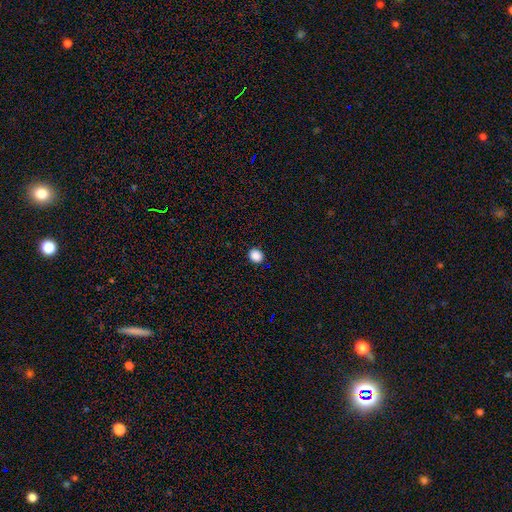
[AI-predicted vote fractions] smooth-or-featured: smooth: 88% | star or artifact: 10% | featured or disk: 3%
  how-rounded: round: 69% | in between: 30% | cigar-shaped: 1%
  merging: none: 91% | minor disturbance: 6% | major disturbance: 2% | merger: 1%